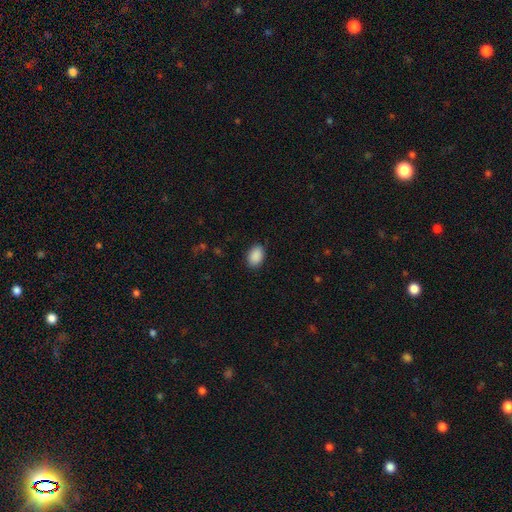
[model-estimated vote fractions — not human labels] A smooth galaxy with no disk features (90%) that is in between round and cigar-shaped (85%).

Vote fractions:
- Smooth or featured? smooth: 90% / star or artifact: 7% / featured or disk: 3%
- How rounded? in between: 85% / round: 14% / cigar-shaped: 1%
- Merging? none: 88% / minor disturbance: 9% / major disturbance: 2% / merger: 1%